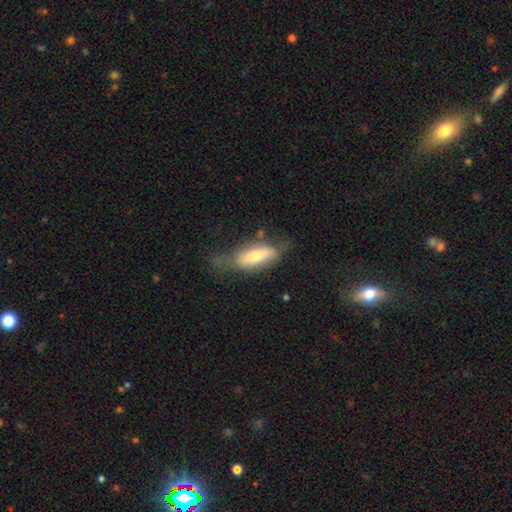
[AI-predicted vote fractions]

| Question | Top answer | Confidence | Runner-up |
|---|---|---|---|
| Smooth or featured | smooth | 56% | featured or disk (36%) |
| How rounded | in between | 64% | cigar-shaped (33%) |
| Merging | none | 52% | minor disturbance (30%) |